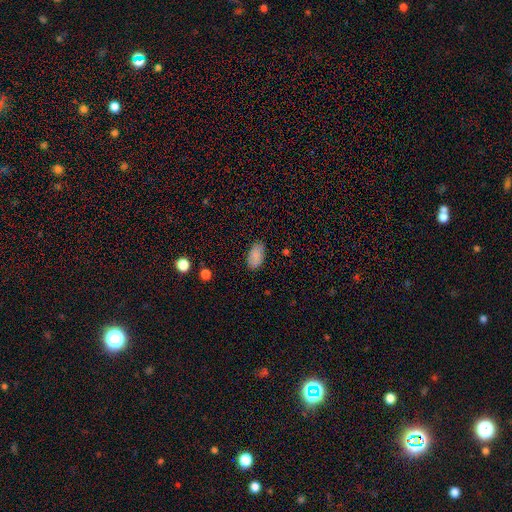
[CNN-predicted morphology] Smooth or featured: smooth — 87% (star or artifact — 8%)
How rounded: in between — 94% (round — 4%)
Merging: none — 87% (minor disturbance — 10%)